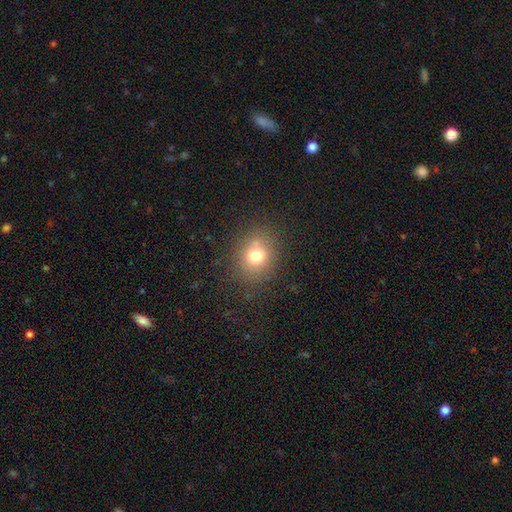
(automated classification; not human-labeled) This is likely a smooth galaxy (74%). How rounded: likely round (68%). Merging: clearly none (81%).